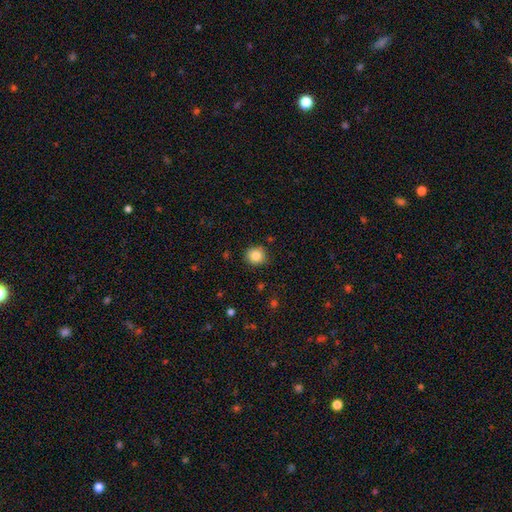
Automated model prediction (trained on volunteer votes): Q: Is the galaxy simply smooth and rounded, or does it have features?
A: smooth — 84%.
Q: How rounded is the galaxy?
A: round — 89%.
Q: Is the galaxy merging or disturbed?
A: none — 87%.